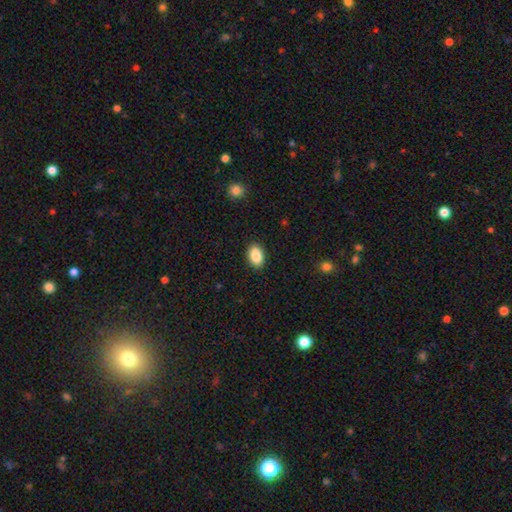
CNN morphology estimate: smooth_or_featured: smooth (p=0.87) [alt: star or artifact p=0.08]
how_rounded: in between (p=0.90) [alt: round p=0.09]
merging: none (p=0.90) [alt: minor disturbance p=0.07]